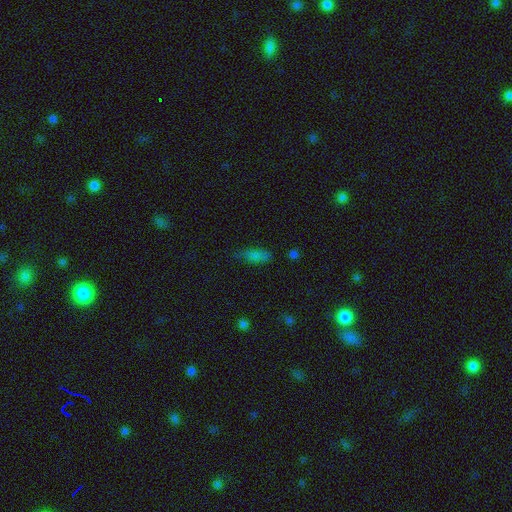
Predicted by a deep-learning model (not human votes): Morphology: type=smooth (77%); roundness=in between (76%); merging=none (66%).